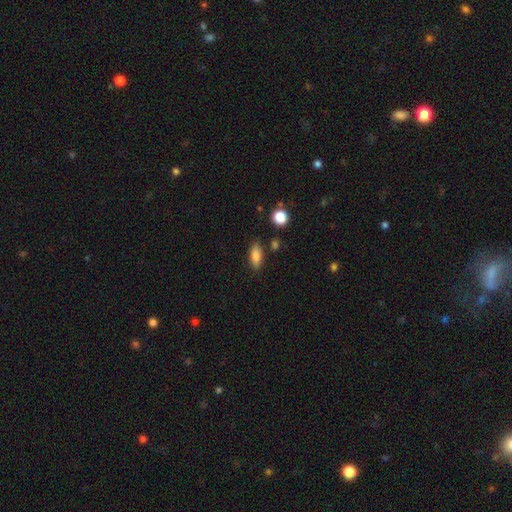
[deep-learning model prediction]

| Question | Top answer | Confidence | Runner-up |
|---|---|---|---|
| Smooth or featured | smooth | 84% | star or artifact (8%) |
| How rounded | in between | 79% | cigar-shaped (16%) |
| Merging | none | 83% | minor disturbance (11%) |